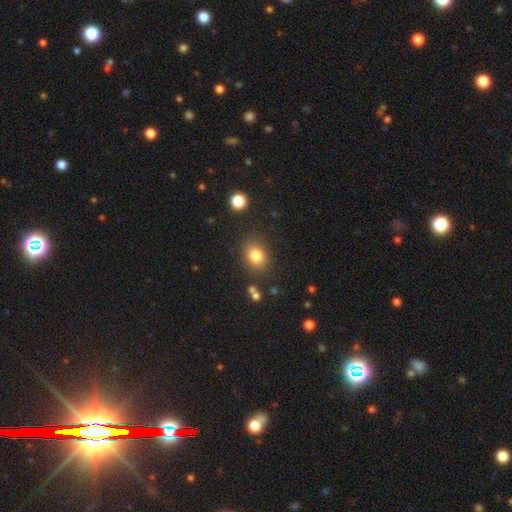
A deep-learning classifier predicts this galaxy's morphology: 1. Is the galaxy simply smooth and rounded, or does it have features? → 81% smooth, 11% star or artifact, 7% featured or disk.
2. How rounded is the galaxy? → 52% in between, 47% round, 1% cigar-shaped.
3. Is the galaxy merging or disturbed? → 80% none, 12% minor disturbance, 4% major disturbance, 4% merger.